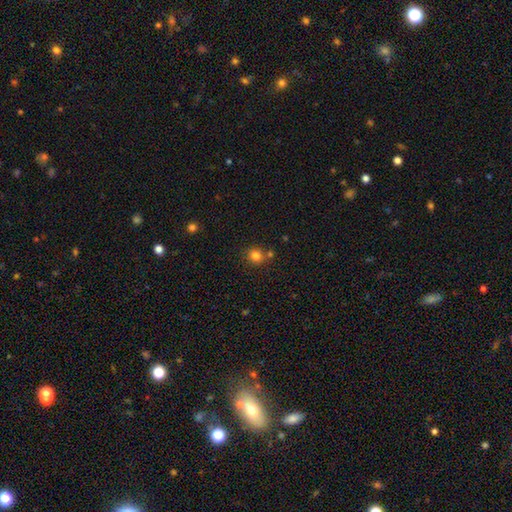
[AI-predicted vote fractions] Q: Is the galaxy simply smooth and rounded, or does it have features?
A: smooth — 82%.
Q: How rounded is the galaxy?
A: round — 88%.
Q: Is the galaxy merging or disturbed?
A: none — 72%.